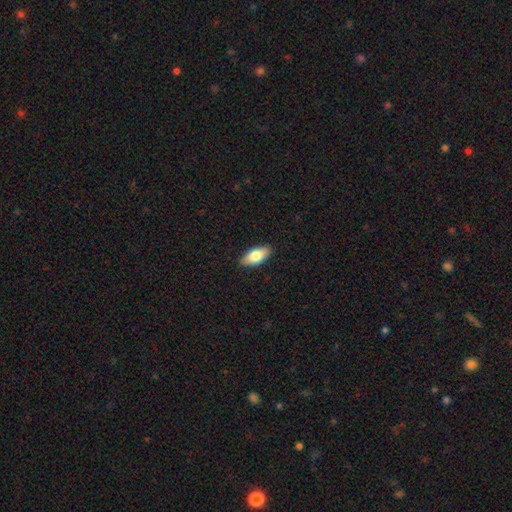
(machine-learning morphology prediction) This appears to be a smooth galaxy with no disk features (77%) that is in between round and cigar-shaped (87%). Merging: none (89%).